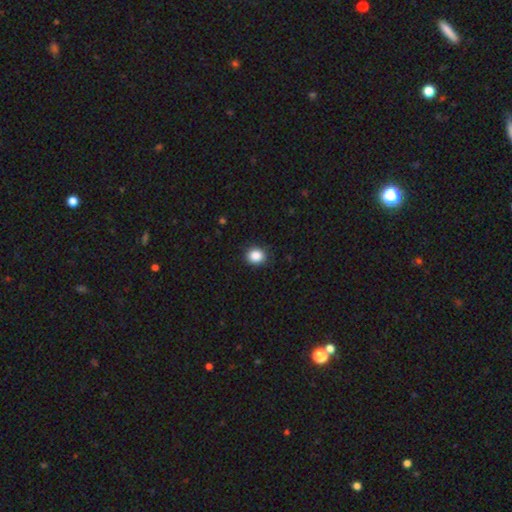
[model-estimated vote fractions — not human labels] Overall: smooth (87%). How rounded: round (72%). Merging: none (87%).